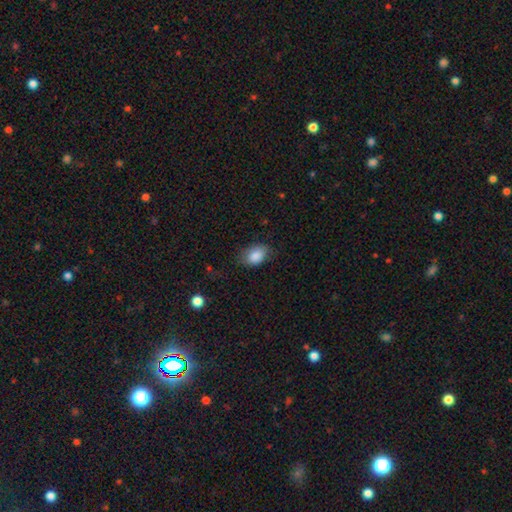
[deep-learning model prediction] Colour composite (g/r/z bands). It shows a smooth galaxy with no disk features (87%) that is in between round and cigar-shaped (82%). Merging: none (70%).